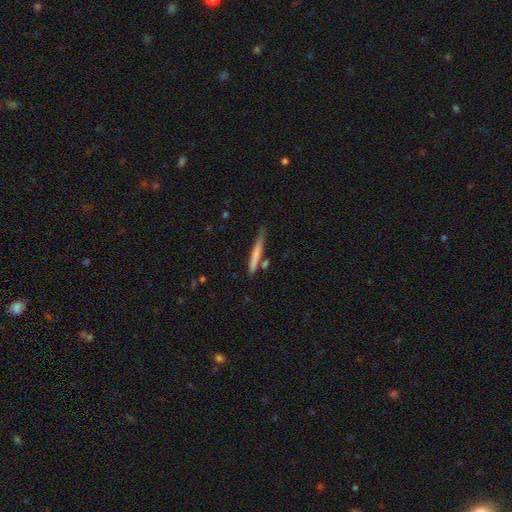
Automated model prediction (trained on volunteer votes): Smooth or featured? Predicted: smooth (p=0.65). How rounded? Predicted: cigar-shaped (p=0.95). Merging? Predicted: none (p=0.73).